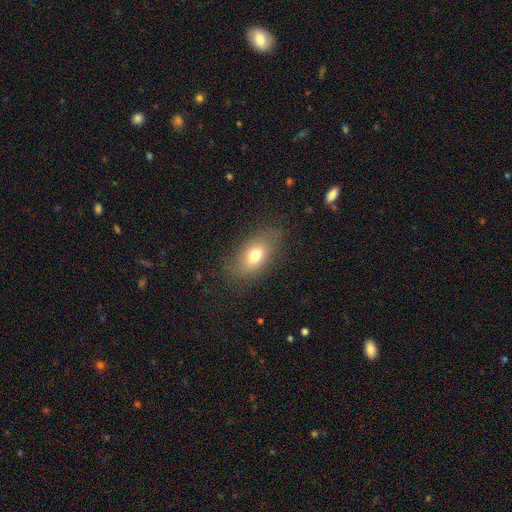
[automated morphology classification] This is likely a smooth galaxy (71%). How rounded: clearly in between (86%). Merging: likely none (80%).